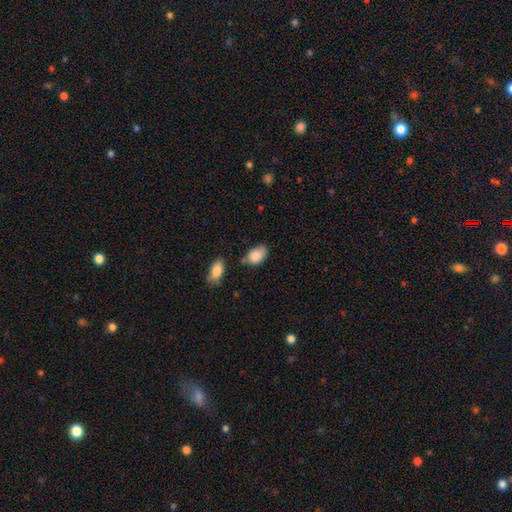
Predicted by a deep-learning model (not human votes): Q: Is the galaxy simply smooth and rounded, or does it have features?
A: smooth — 85%.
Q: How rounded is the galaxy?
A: in between — 90%.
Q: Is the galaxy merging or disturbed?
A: none — 54%.